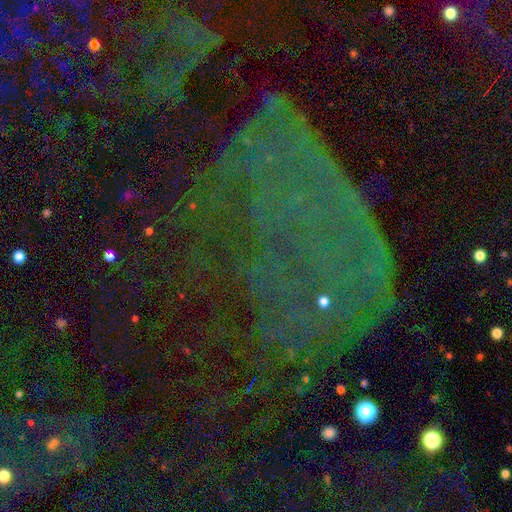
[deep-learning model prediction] Smooth or featured: star or artifact — 73% (featured or disk — 16%)